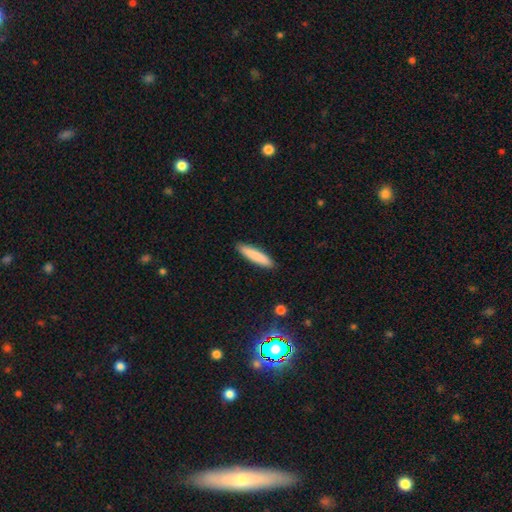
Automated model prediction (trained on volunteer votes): A smooth galaxy with no disk features (84%) that is cigar-shaped (85%).

Vote fractions:
- Smooth or featured? smooth: 84% / featured or disk: 10% / star or artifact: 6%
- How rounded? cigar-shaped: 85% / in between: 14% / round: 1%
- Merging? none: 90% / minor disturbance: 7% / major disturbance: 1% / merger: 1%